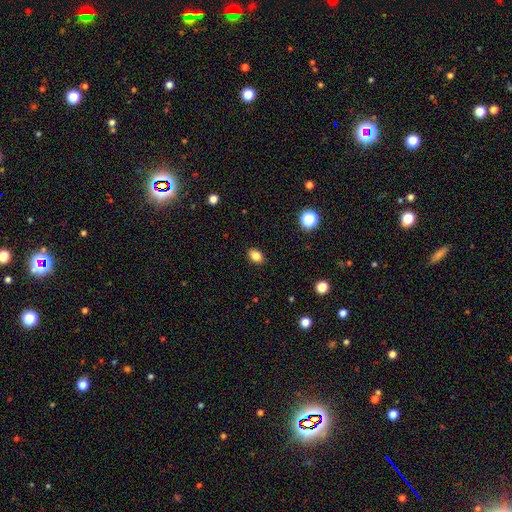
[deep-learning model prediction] smooth_or_featured: smooth (p=0.84) [alt: star or artifact p=0.11]
how_rounded: in between (p=0.78) [alt: round p=0.21]
merging: none (p=0.89) [alt: minor disturbance p=0.08]